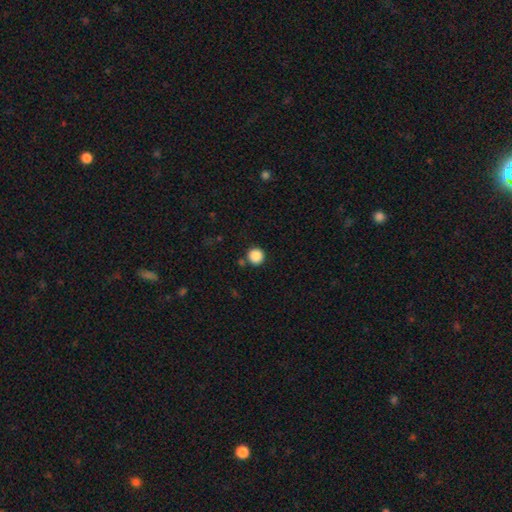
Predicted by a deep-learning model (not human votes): The model was most divided on "smooth or featured": smooth: 88%, star or artifact: 10%, featured or disk: 3%. More confident: how rounded — round (95%); merging — none (87%).